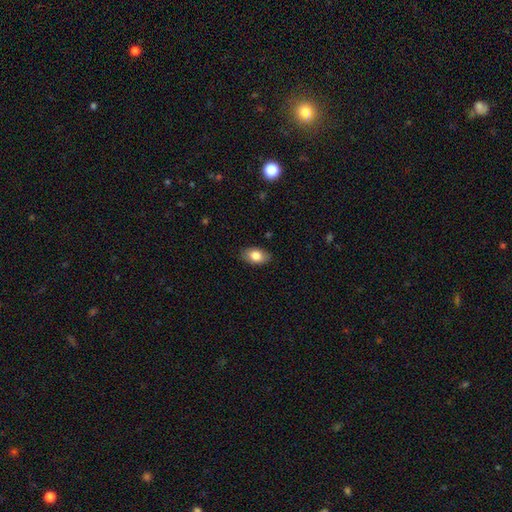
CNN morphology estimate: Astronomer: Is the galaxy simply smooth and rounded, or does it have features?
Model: smooth — 81%.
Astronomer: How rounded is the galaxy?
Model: in between — 90%.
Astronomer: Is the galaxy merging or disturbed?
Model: none — 86%.